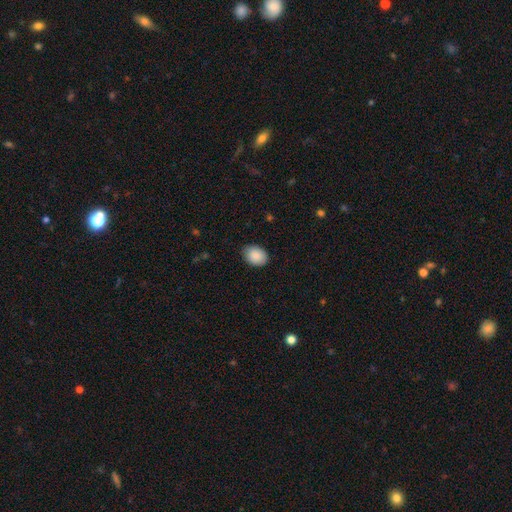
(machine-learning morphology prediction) Smooth or featured: smooth — 89% (star or artifact — 7%)
How rounded: in between — 70% (round — 29%)
Merging: none — 82% (minor disturbance — 14%)